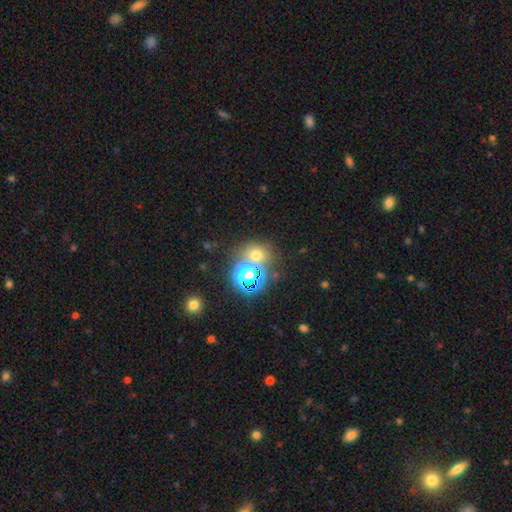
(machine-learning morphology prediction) smooth_or_featured: smooth (p=0.58) [alt: star or artifact p=0.33]
how_rounded: round (p=0.72) [alt: in between p=0.27]
merging: none (p=0.60) [alt: merger p=0.26]